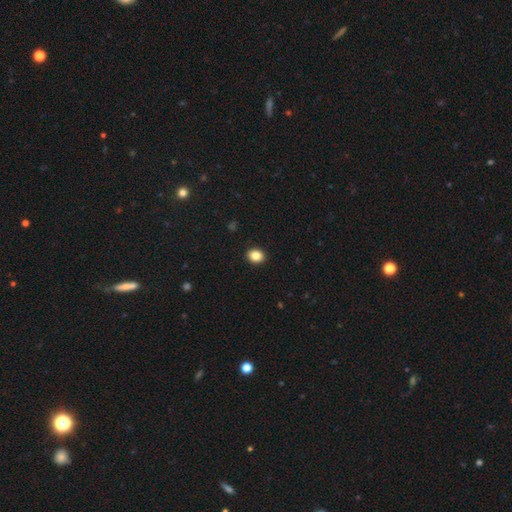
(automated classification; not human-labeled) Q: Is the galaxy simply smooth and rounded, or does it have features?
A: smooth — 85%.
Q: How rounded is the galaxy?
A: round — 50%.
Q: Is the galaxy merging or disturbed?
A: none — 92%.